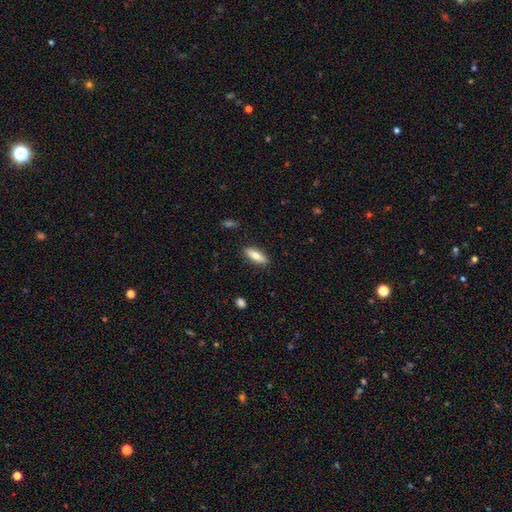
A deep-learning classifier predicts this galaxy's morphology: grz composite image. It shows a smooth galaxy with no disk features (78%) that is in between round and cigar-shaped (57%). Merging: none (88%).